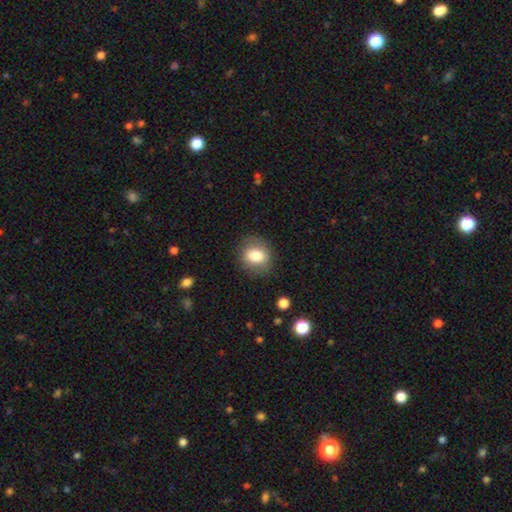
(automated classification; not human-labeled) smooth-or-featured: smooth: 78% | featured or disk: 14% | star or artifact: 9%
  how-rounded: round: 59% | in between: 40% | cigar-shaped: 1%
  merging: none: 82% | minor disturbance: 13% | major disturbance: 4% | merger: 1%